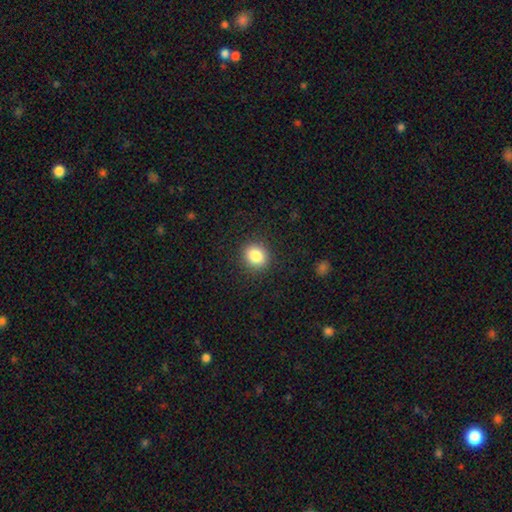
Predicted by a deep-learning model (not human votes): This is clearly a smooth galaxy (85%). How rounded: likely round (71%). Merging: clearly none (89%).